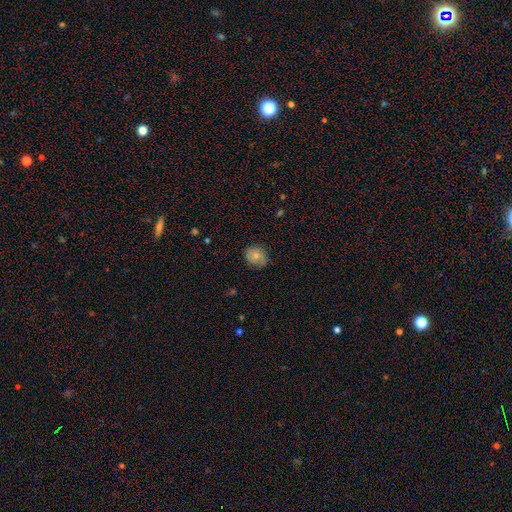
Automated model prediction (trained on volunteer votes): Smooth or featured: smooth — 76% (featured or disk — 16%)
How rounded: round — 64% (in between — 35%)
Merging: none — 80% (minor disturbance — 16%)